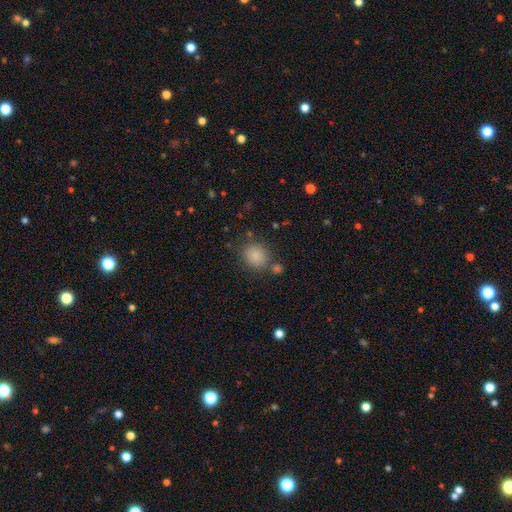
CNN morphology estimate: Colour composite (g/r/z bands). It shows a smooth galaxy with no disk features (85%) that is round (78%). Merging: none (77%).